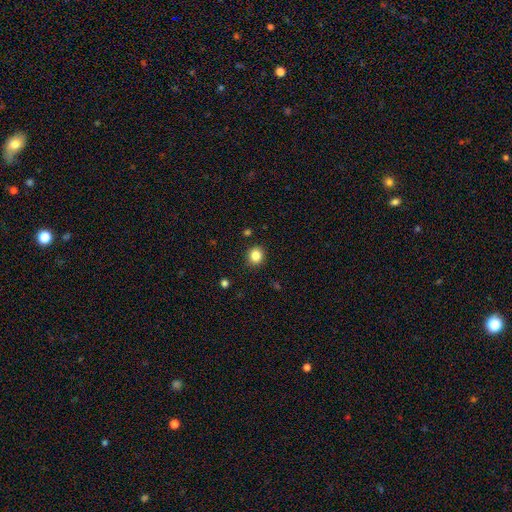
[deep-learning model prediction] Morphology: type=smooth (85%); roundness=round (83%); merging=none (91%).